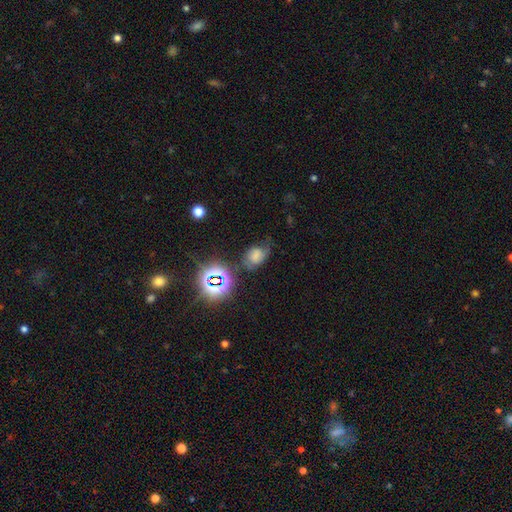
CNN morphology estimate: This is possibly a smooth galaxy (53%). How rounded: likely in between (68%). Merging: possibly none (46%).